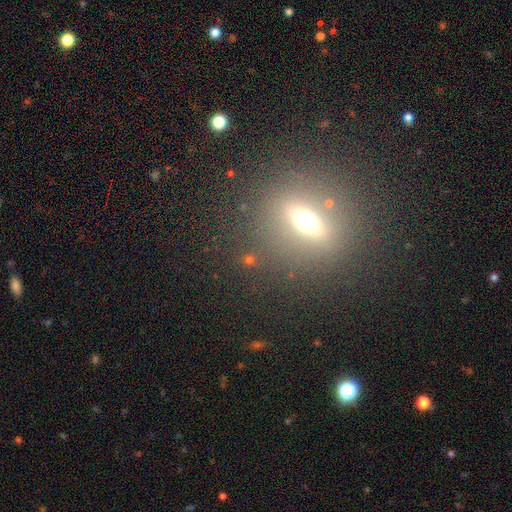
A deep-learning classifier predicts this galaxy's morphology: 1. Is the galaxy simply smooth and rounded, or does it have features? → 44% featured or disk, 34% smooth, 23% star or artifact.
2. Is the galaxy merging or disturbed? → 85% none, 8% minor disturbance, 5% major disturbance, 3% merger.